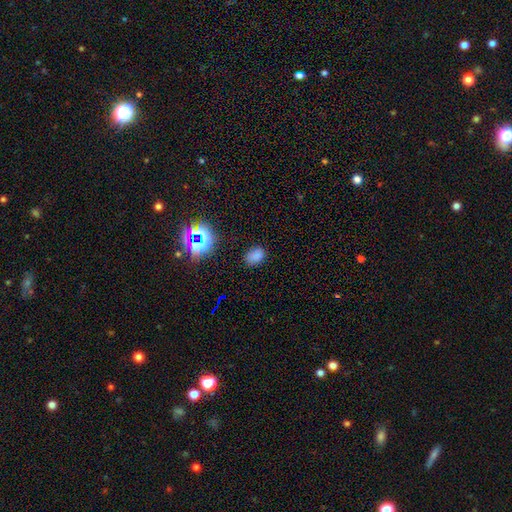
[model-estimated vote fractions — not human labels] Smooth or featured: smooth — 72% (star or artifact — 21%)
How rounded: in between — 79% (round — 20%)
Merging: none — 77% (minor disturbance — 16%)